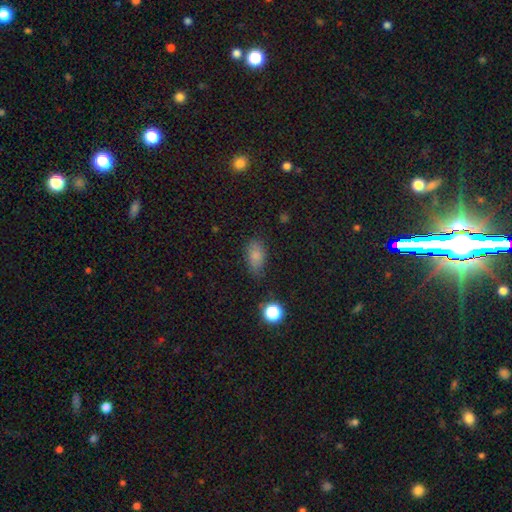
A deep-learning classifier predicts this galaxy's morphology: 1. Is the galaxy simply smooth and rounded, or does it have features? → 80% smooth, 12% star or artifact, 8% featured or disk.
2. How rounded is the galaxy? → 88% in between, 8% round, 4% cigar-shaped.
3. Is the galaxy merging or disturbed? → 75% none, 18% minor disturbance, 5% major disturbance, 2% merger.